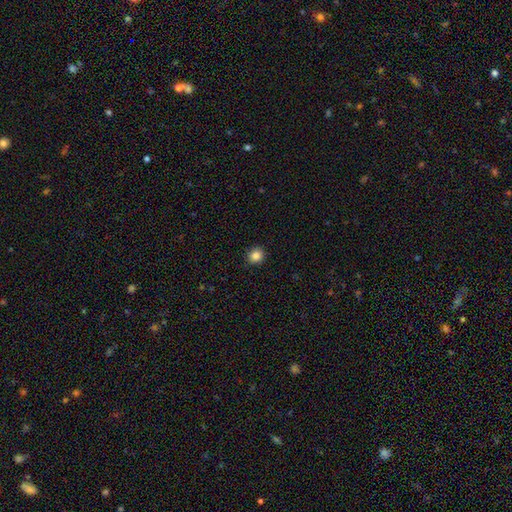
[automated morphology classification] Smooth or featured? smooth (85%)
How rounded? round (89%)
Merging? none (92%)